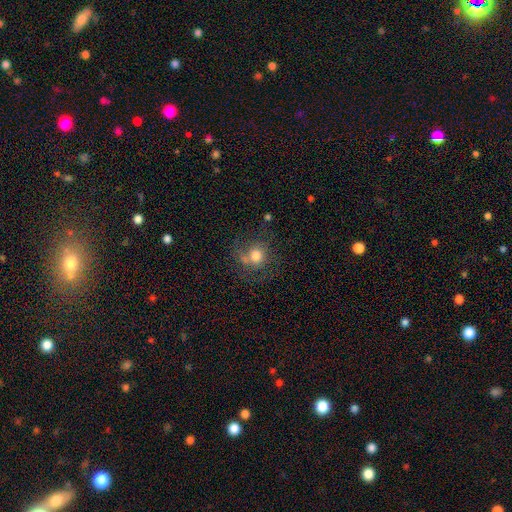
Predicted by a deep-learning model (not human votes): This appears to be a smooth galaxy with no disk features (50%). Merging: none (52%).